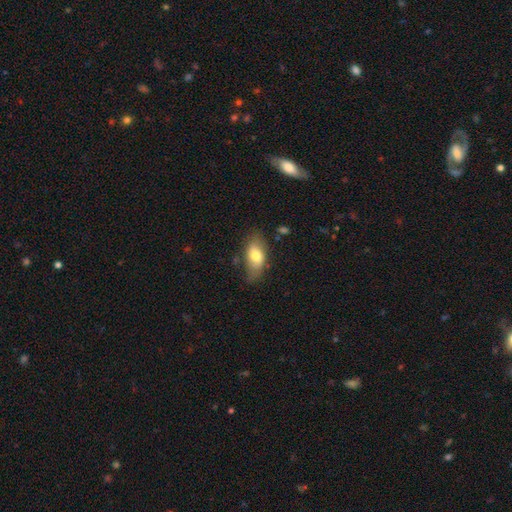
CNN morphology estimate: Smooth or featured? Predicted: smooth (p=0.70). How rounded? Predicted: in between (p=0.90). Merging? Predicted: none (p=0.62).